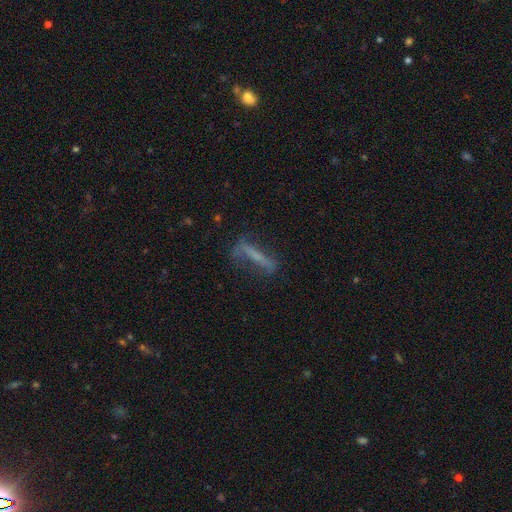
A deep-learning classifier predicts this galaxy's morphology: The model was most divided on "smooth or featured": featured or disk: 47%, smooth: 41%, star or artifact: 12%. More confident: merging — none (57%).